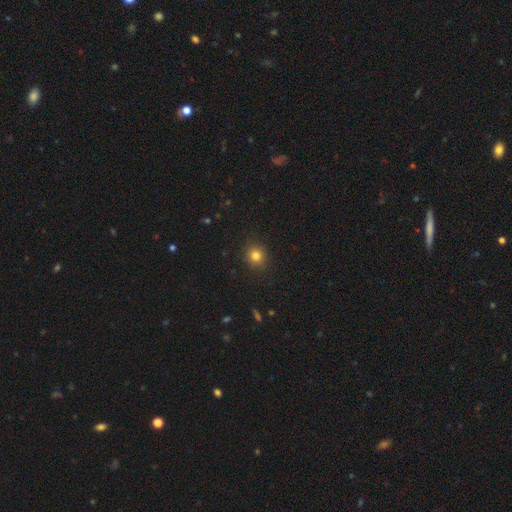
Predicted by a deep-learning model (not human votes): Q: Smooth or featured?
A: smooth (81%); runner-up: star or artifact (13%)
Q: How rounded?
A: round (89%); runner-up: in between (10%)
Q: Merging?
A: none (90%); runner-up: minor disturbance (7%)